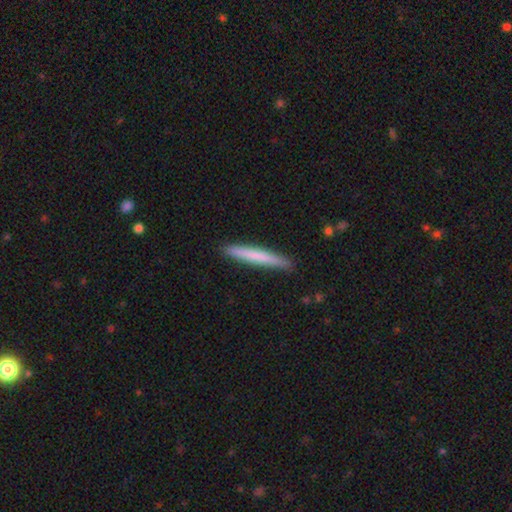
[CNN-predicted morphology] The model was most divided on "smooth or featured": smooth: 71%, featured or disk: 24%, star or artifact: 5%. More confident: how rounded — cigar-shaped (96%); merging — none (90%).